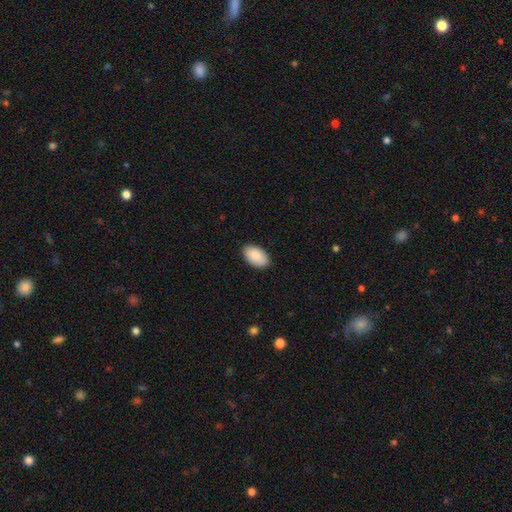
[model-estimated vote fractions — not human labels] Smooth or featured? Predicted: smooth (p=0.89). How rounded? Predicted: in between (p=0.95). Merging? Predicted: none (p=0.87).